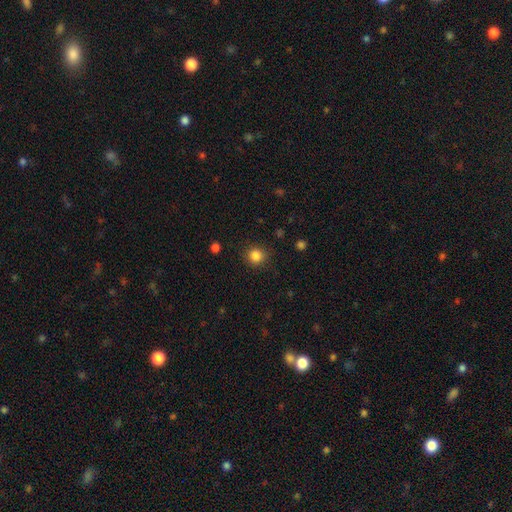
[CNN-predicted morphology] Smooth or featured: smooth — 85% (star or artifact — 11%)
How rounded: round — 90% (in between — 9%)
Merging: none — 87% (minor disturbance — 9%)